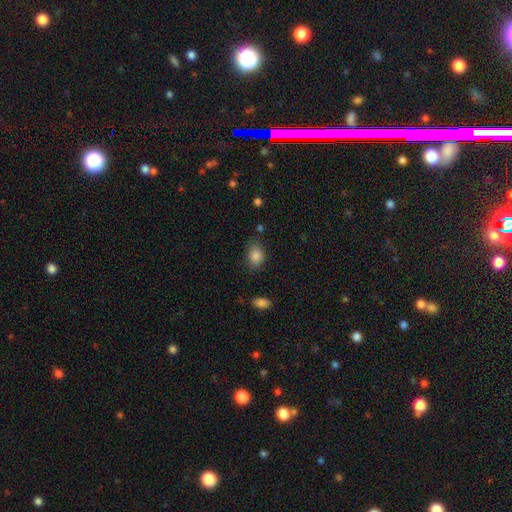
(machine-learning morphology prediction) A smooth galaxy with no disk features (86%) that is in between round and cigar-shaped (68%). Merging: none (77%).